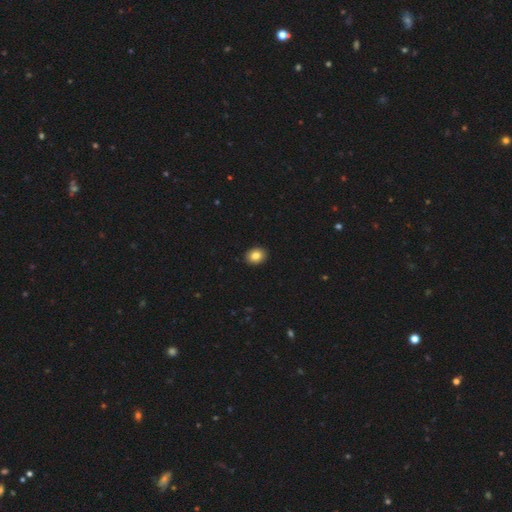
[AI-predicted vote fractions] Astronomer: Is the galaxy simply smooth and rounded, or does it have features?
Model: smooth — 83%.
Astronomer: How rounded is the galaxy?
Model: in between — 50% (runner-up: round, 49%).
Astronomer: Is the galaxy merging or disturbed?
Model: none — 92%.